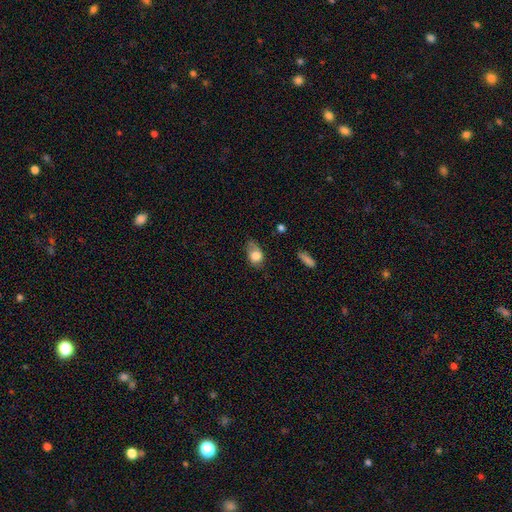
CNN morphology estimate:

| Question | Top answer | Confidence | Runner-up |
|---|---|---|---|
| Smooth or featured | smooth | 78% | featured or disk (14%) |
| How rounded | in between | 71% | round (27%) |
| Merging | none | 41% | minor disturbance (39%) |